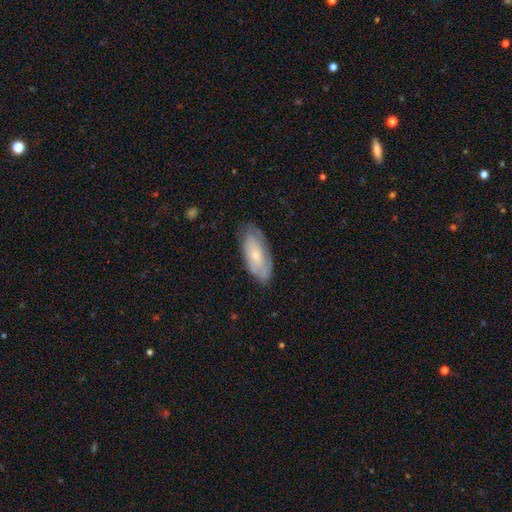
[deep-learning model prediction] smooth 55%, featured or disk 38%, star or artifact 6%. Down the decision tree: how rounded — in between (84%); merging — none (72%).